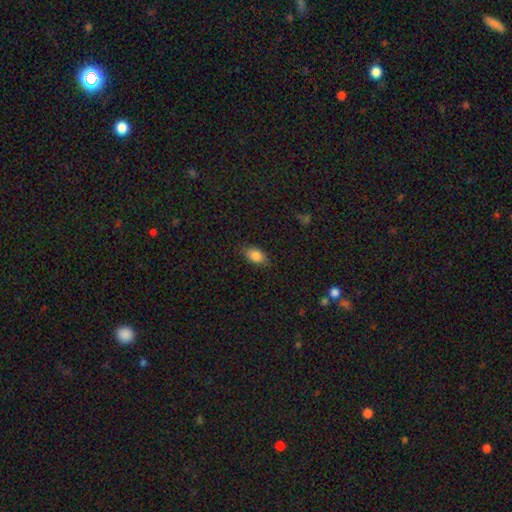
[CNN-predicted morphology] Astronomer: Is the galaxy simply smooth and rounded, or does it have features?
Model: smooth — 85%.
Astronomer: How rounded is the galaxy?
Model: in between — 88%.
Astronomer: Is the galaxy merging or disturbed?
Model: none — 83%.